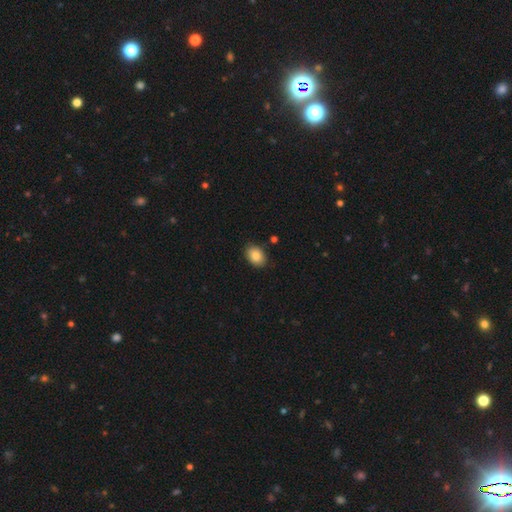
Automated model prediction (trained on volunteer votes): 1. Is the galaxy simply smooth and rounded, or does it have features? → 86% smooth, 8% star or artifact, 6% featured or disk.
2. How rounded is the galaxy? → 78% in between, 21% round, 1% cigar-shaped.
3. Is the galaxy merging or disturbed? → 86% none, 10% minor disturbance, 2% major disturbance, 2% merger.